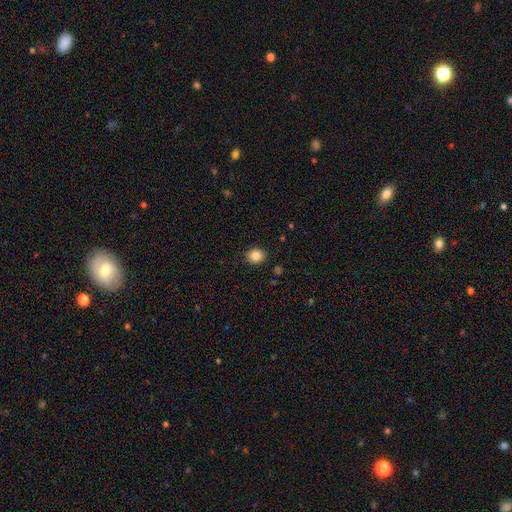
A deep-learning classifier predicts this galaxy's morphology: This appears to be a smooth galaxy with no disk features (85%) that is round (74%). Merging: none (90%).